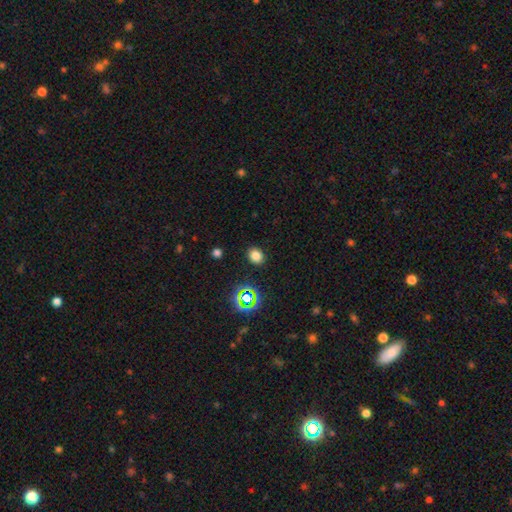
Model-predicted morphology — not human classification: smooth 76%, star or artifact 18%, featured or disk 6%. Down the decision tree: how rounded — in between (51%); merging — none (88%).